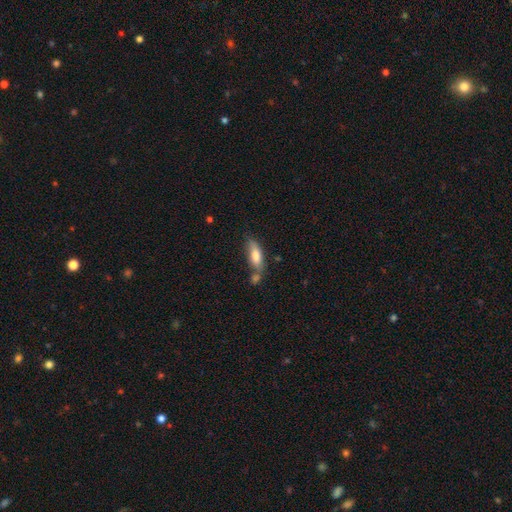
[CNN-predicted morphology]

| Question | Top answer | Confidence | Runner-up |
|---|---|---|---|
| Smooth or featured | smooth | 77% | featured or disk (16%) |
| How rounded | in between | 69% | cigar-shaped (28%) |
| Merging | none | 49% | merger (26%) |